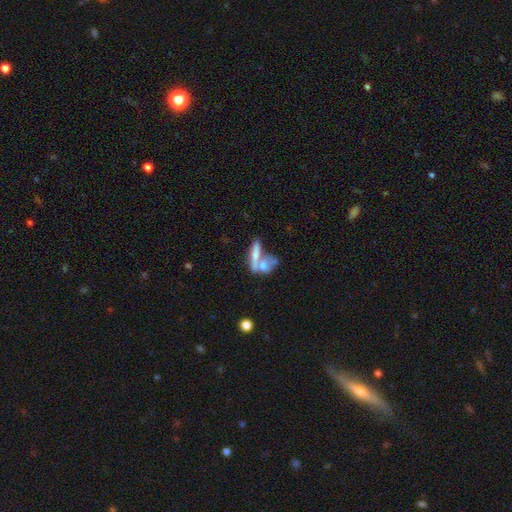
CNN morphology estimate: type=smooth (54%); roundness=in between (46%); merging=merger (54%).